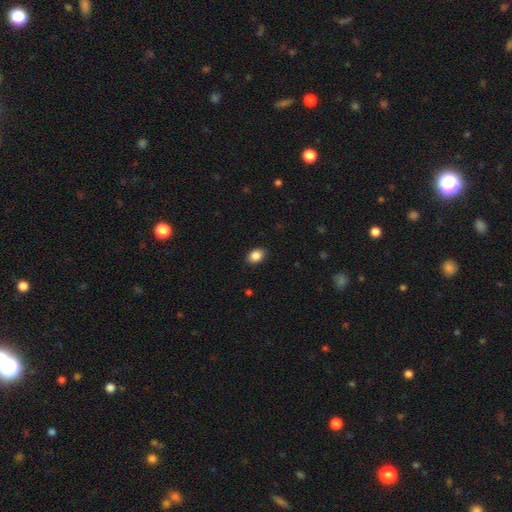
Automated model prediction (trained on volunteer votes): A smooth galaxy with no disk features (88%) that is in between round and cigar-shaped (77%).

Vote fractions:
- Smooth or featured? smooth: 88% / star or artifact: 8% / featured or disk: 4%
- How rounded? in between: 77% / round: 22% / cigar-shaped: 1%
- Merging? none: 89% / minor disturbance: 8% / major disturbance: 2% / merger: 1%